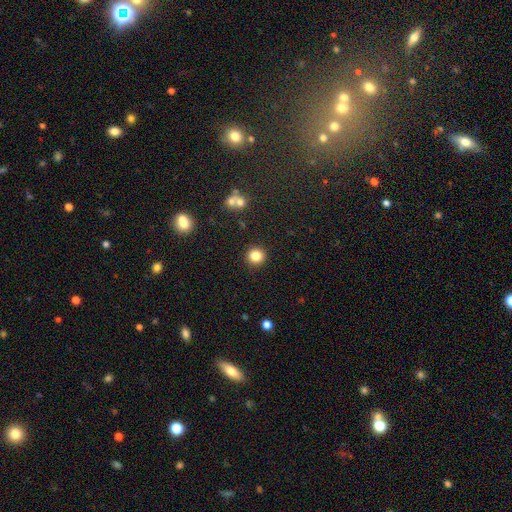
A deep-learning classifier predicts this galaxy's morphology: This appears to be a smooth galaxy with no disk features (82%) that is round (93%). Merging: none (91%).